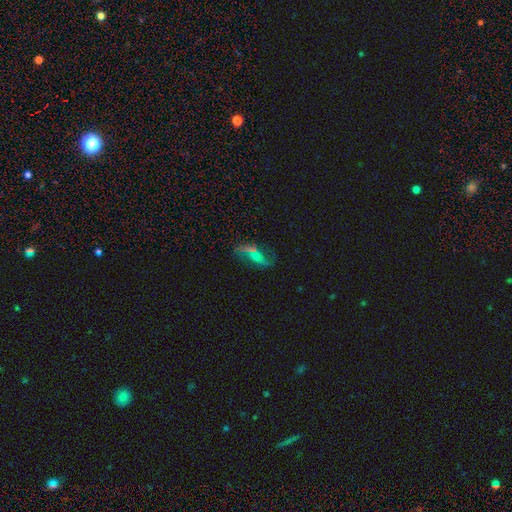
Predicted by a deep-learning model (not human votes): smooth_or_featured: featured or disk (p=0.63) [alt: smooth p=0.24]
disk_edge_on: no (p=0.88) [alt: yes p=0.12]
bar: no (p=0.45) [alt: weak p=0.36]
has_spiral_arms: yes (p=0.78) [alt: no p=0.22]
bulge_size: small (p=0.37) [alt: moderate p=0.29]
merging: none (p=0.49) [alt: minor disturbance p=0.20]